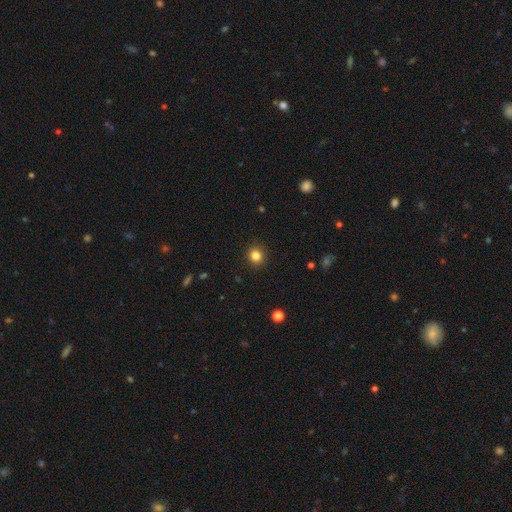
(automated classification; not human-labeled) smooth-or-featured: smooth: 83% | star or artifact: 12% | featured or disk: 5%
  how-rounded: round: 87% | in between: 12% | cigar-shaped: 1%
  merging: none: 91% | minor disturbance: 6% | major disturbance: 2% | merger: 1%